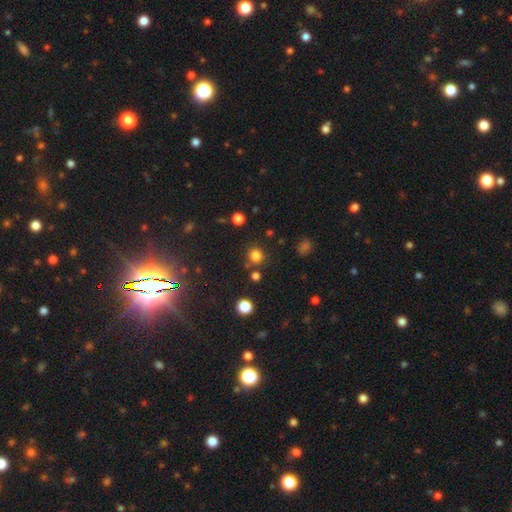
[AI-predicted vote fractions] Smooth or featured: smooth — 79% (star or artifact — 17%)
How rounded: round — 90% (in between — 9%)
Merging: none — 79% (minor disturbance — 9%)